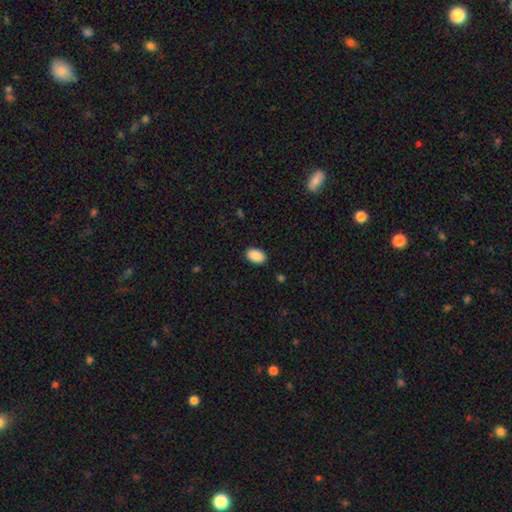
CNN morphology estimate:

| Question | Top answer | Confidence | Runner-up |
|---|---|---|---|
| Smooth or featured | smooth | 90% | star or artifact (7%) |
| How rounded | in between | 91% | round (8%) |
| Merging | none | 89% | minor disturbance (8%) |